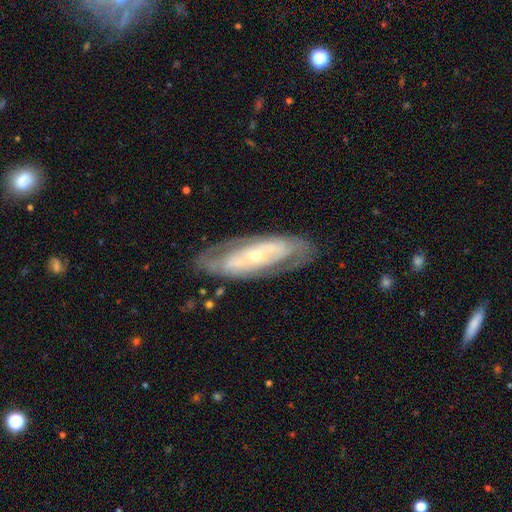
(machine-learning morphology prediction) Overall: featured or disk (75%). Edge-on disk: no (85%). Bar: no (66%). Spiral arms: yes (58%; no 42%). Bulge size: small (64%; moderate 32%). Merging: none (76%).